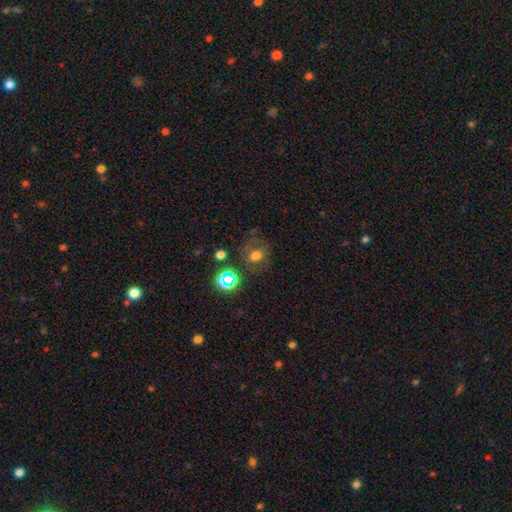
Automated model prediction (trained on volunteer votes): Morphology: type=smooth (55%); roundness=round (70%); merging=none (63%).